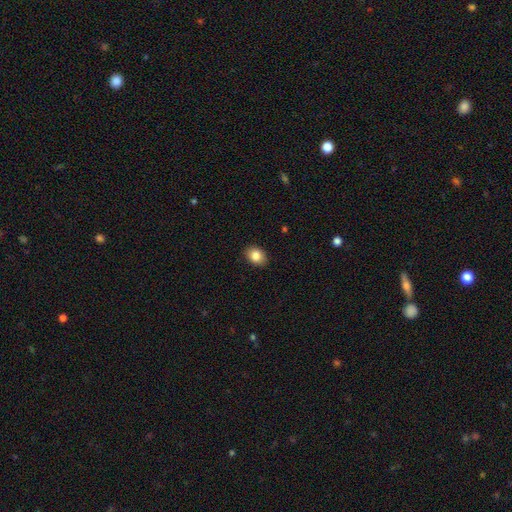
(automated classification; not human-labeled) A smooth galaxy with no disk features (85%) that is in between round and cigar-shaped (66%). Merging: none (89%).